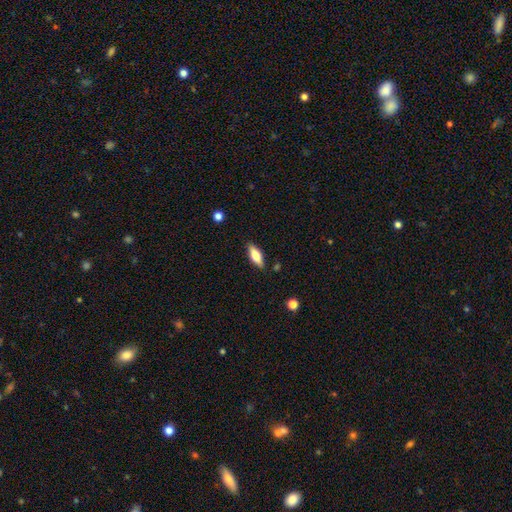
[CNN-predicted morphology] This is likely a smooth galaxy (67%). How rounded: likely in between (64%). Merging: clearly none (85%).